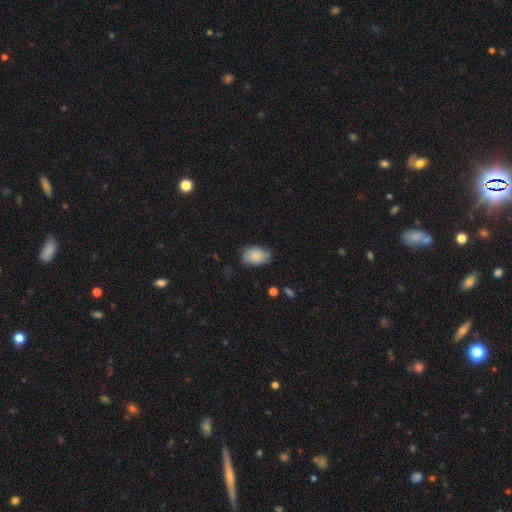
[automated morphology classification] Smooth or featured?
  - smooth: 77% *
  - featured or disk: 16%
  - star or artifact: 7%
How rounded?
  - in between: 87% *
  - round: 12%
  - cigar-shaped: 1%
Merging?
  - none: 60% *
  - minor disturbance: 31%
  - major disturbance: 8%
  - merger: 2%